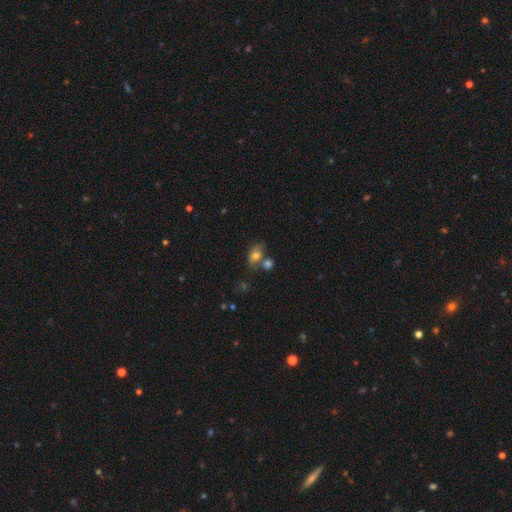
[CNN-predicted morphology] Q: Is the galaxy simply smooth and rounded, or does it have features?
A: smooth — 73%.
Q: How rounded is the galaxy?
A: in between — 78%.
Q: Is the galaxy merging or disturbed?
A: none — 48%.